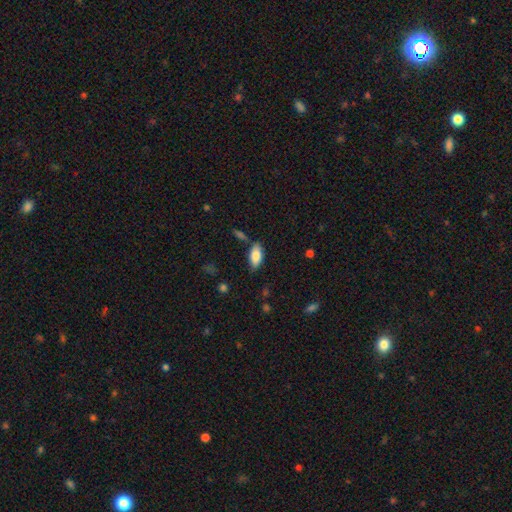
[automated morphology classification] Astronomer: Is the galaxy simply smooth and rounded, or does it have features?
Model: smooth — 82%.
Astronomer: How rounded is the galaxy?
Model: in between — 90%.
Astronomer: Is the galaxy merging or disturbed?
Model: none — 74%.